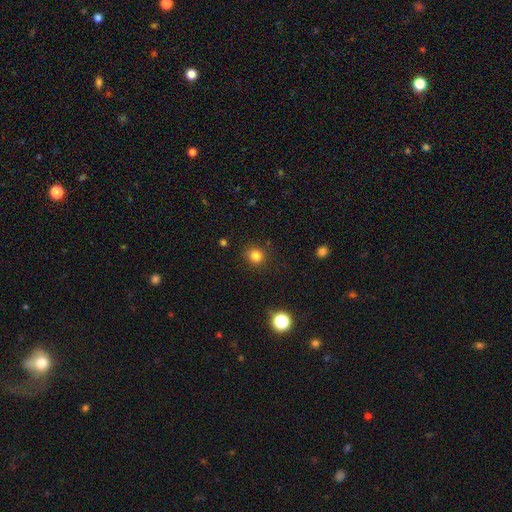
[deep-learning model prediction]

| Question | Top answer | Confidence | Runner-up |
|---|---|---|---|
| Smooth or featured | smooth | 82% | star or artifact (13%) |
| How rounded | round | 88% | in between (11%) |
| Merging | none | 88% | minor disturbance (8%) |